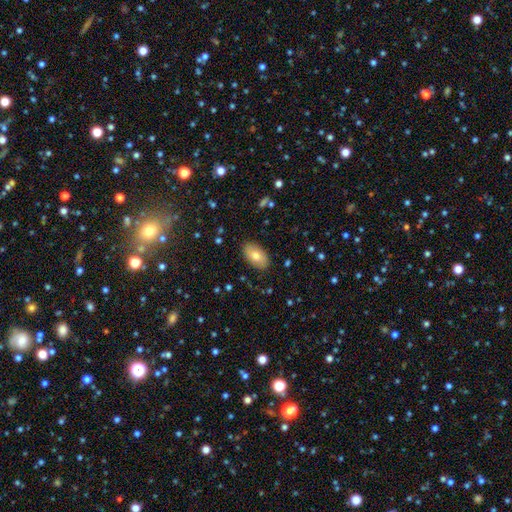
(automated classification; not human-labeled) This appears to be a smooth galaxy with no disk features (71%) that is in between round and cigar-shaped (93%). Merging: none (85%).